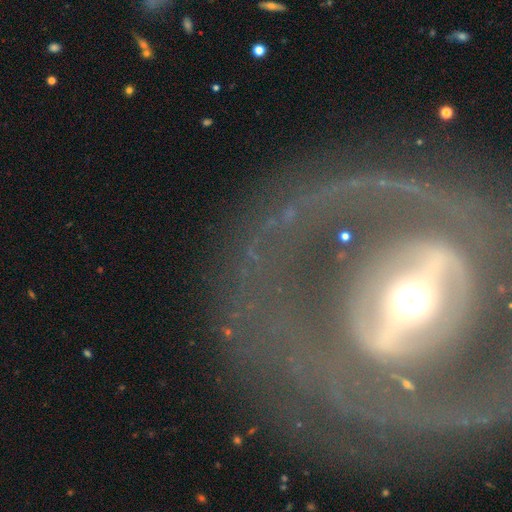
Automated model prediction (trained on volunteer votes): smooth-or-featured: featured or disk: 82% | smooth: 10% | star or artifact: 8%
  disk-edge-on: no: 88% | yes: 12%
    bar: strong: 64% | weak: 21% | no: 15%
    has-spiral-arms: yes: 53% | no: 47%
    bulge-size: moderate: 58% | small: 20% | large: 17% | dominant: 4% | none: 1%
  merging: none: 72% | major disturbance: 14% | minor disturbance: 11% | merger: 2%